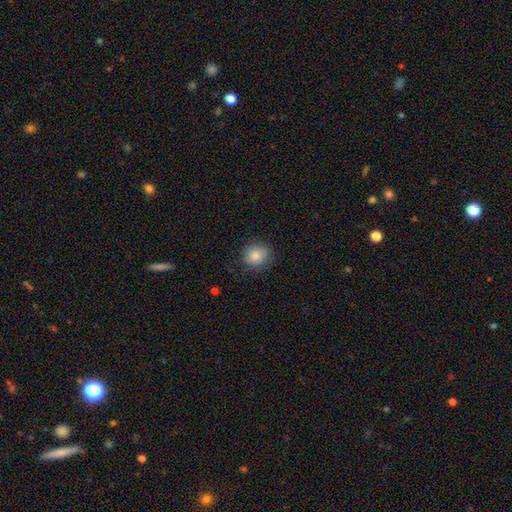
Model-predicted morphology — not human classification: type=smooth (84%); roundness=round (82%); merging=none (81%).